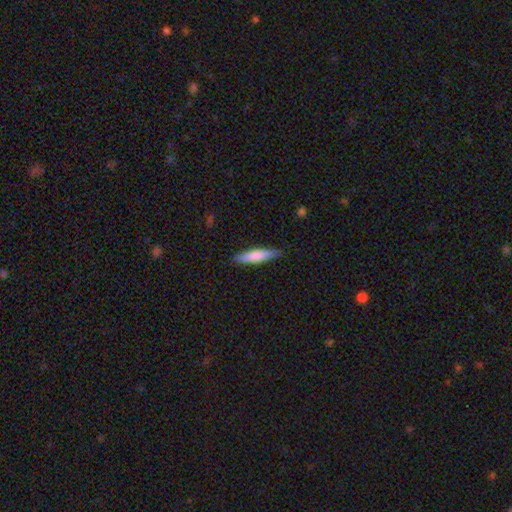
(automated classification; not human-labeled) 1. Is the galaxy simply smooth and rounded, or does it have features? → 70% smooth, 24% featured or disk, 5% star or artifact.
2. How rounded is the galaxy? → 83% cigar-shaped, 16% in between, 1% round.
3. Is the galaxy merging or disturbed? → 87% none, 10% minor disturbance, 2% major disturbance, 1% merger.